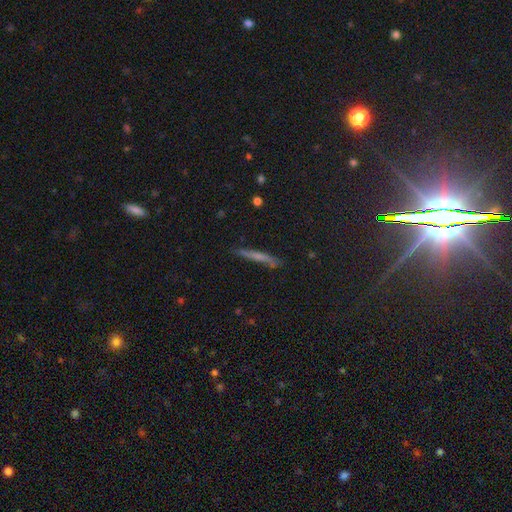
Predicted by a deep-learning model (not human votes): Q: Smooth or featured?
A: smooth (51%); runner-up: featured or disk (33%)
Q: How rounded?
A: cigar-shaped (94%); runner-up: in between (4%)
Q: Merging?
A: none (82%); runner-up: minor disturbance (13%)